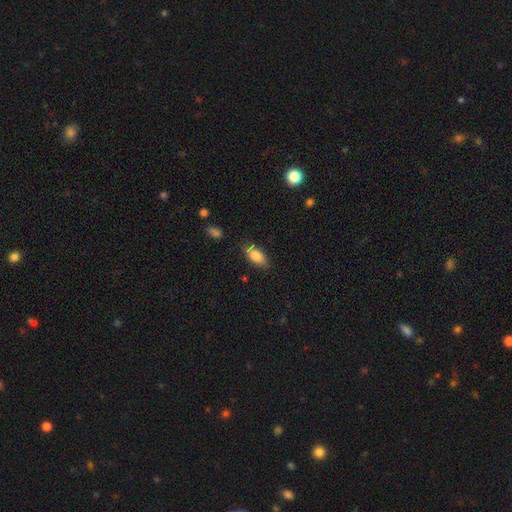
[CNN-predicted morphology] This is clearly a smooth galaxy (80%). How rounded: clearly in between (87%). Merging: likely none (76%).